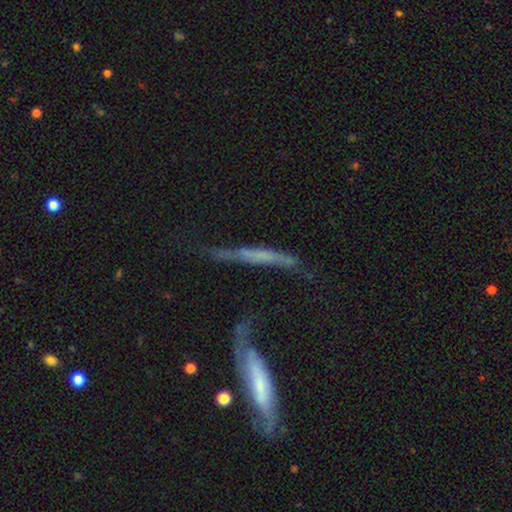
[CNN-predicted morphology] Smooth or featured: featured or disk — 60% (smooth — 30%)
Edge-on disk: yes — 76% (no — 24%)
Merging: none — 46% (minor disturbance — 24%)